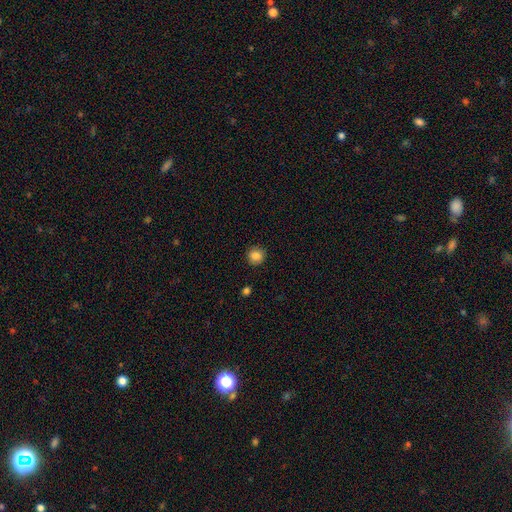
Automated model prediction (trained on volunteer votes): Overall: smooth (86%). How rounded: round (92%). Merging: none (91%).